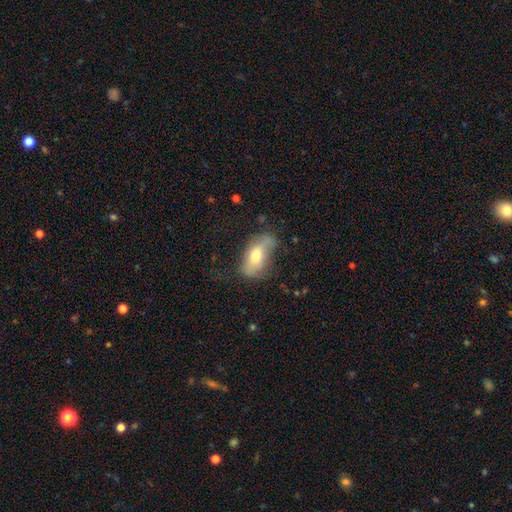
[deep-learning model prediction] Smooth or featured: smooth — 54% (featured or disk — 38%)
How rounded: in between — 84% (cigar-shaped — 11%)
Merging: none — 55% (minor disturbance — 29%)